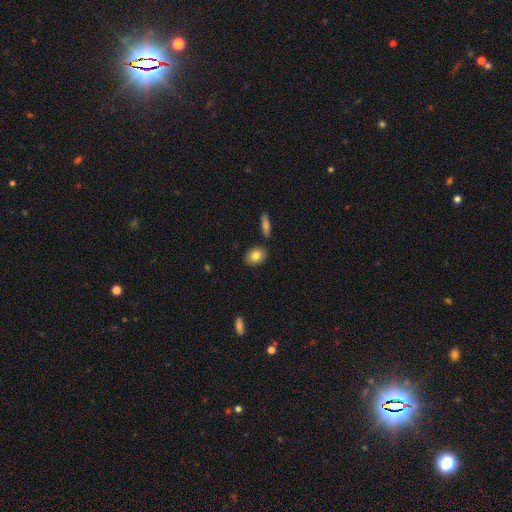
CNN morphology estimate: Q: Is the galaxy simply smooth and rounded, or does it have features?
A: smooth — 81%.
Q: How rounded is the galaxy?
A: in between — 68%.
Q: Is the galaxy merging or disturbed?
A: none — 85%.